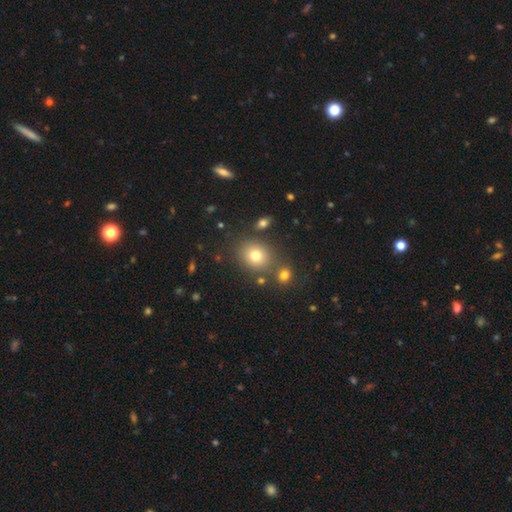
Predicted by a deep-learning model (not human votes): smooth-or-featured: smooth: 76% | star or artifact: 14% | featured or disk: 9%
  how-rounded: round: 67% | in between: 32% | cigar-shaped: 1%
  merging: none: 76% | merger: 10% | minor disturbance: 10% | major disturbance: 4%